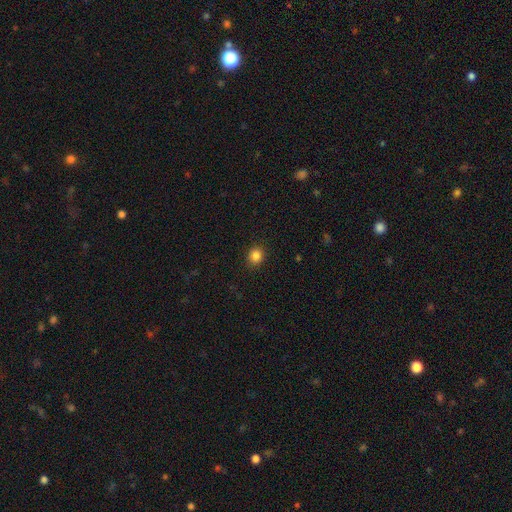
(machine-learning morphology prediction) smooth_or_featured: smooth (p=0.85) [alt: star or artifact p=0.11]
how_rounded: round (p=0.75) [alt: in between p=0.24]
merging: none (p=0.90) [alt: minor disturbance p=0.07]